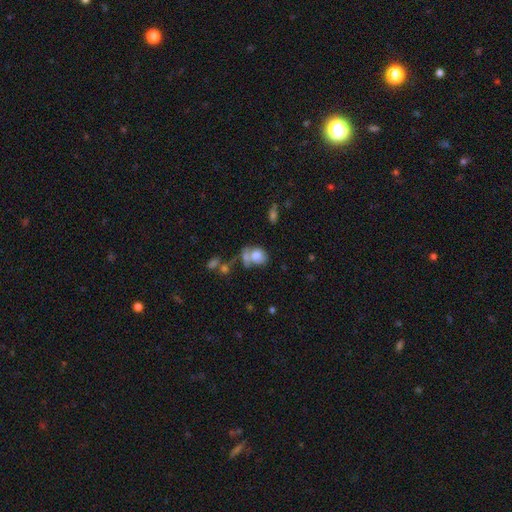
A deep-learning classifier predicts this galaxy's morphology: This appears to be a smooth galaxy with no disk features (74%) that is round (52%). Merging: none (39%).